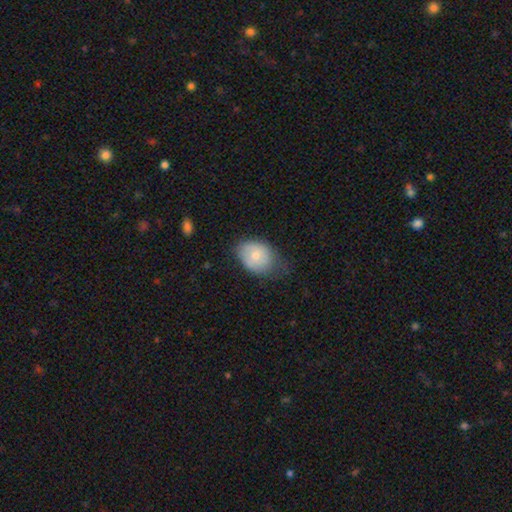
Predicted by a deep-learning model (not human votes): Smooth or featured? Predicted: smooth (p=0.71). How rounded? Predicted: in between (p=0.64). Merging? Predicted: none (p=0.48).